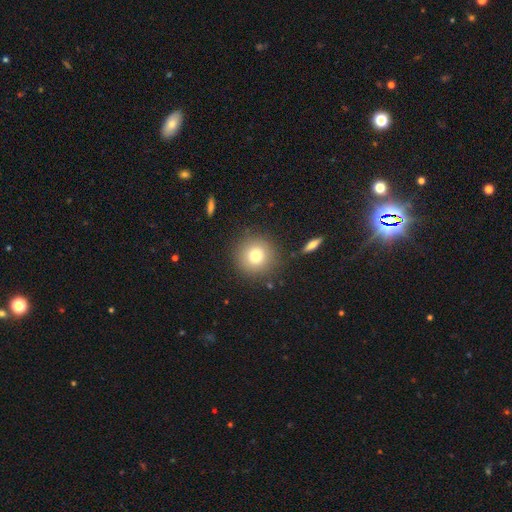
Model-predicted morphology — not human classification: Smooth or featured?
  - smooth: 77% *
  - star or artifact: 12%
  - featured or disk: 11%
How rounded?
  - round: 94% *
  - in between: 5%
  - cigar-shaped: 1%
Merging?
  - none: 87% *
  - minor disturbance: 8%
  - major disturbance: 3%
  - merger: 3%